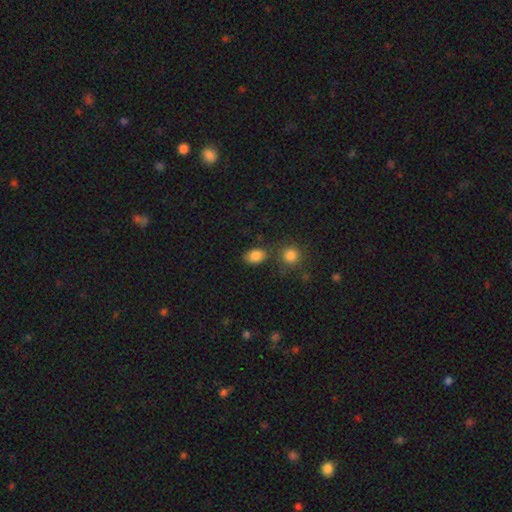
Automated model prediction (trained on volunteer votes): Overall: smooth (84%). How rounded: in between (76%). Merging: none (71%).